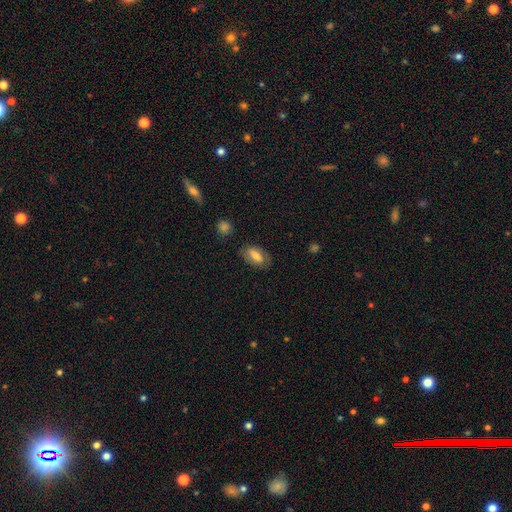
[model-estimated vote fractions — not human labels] smooth 68%, featured or disk 25%, star or artifact 7%. Down the decision tree: how rounded — in between (87%); merging — none (80%).